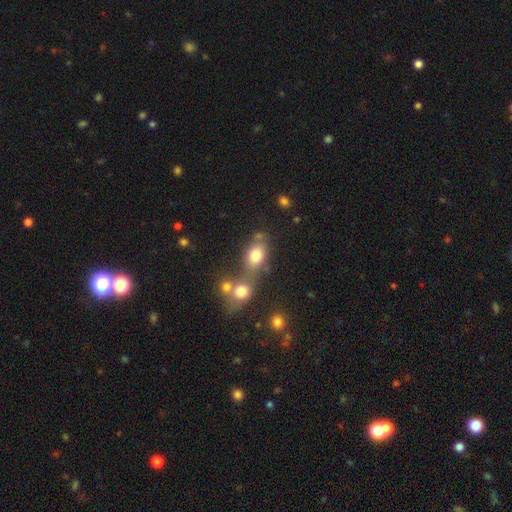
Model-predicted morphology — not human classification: Smooth or featured? Predicted: smooth (p=0.77). How rounded? Predicted: in between (p=0.64). Merging? Predicted: merger (p=0.43).